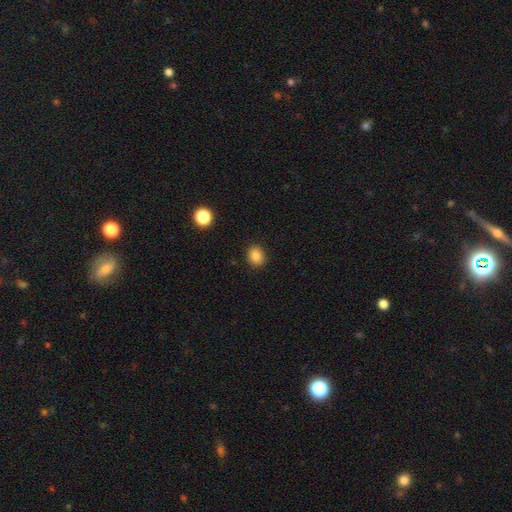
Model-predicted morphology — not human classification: Q: Smooth or featured?
A: smooth (84%); runner-up: star or artifact (11%)
Q: How rounded?
A: round (60%); runner-up: in between (39%)
Q: Merging?
A: none (89%); runner-up: minor disturbance (7%)